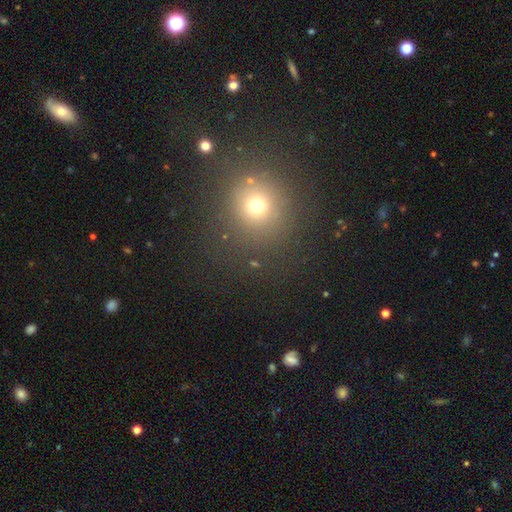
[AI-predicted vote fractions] Smooth or featured? smooth (59%)
How rounded? round (89%)
Merging? none (88%)